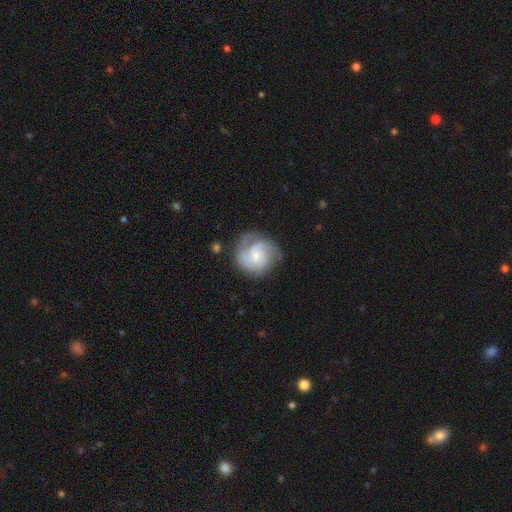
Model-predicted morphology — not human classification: Overall: featured or disk (82%). Edge-on disk: no (98%). Bar: no (60%; weak 35%). Spiral arms: yes (97%). Spiral arm count: 3 (38%; 2 29%). Spiral winding: tight (48%; medium 41%). Bulge size: small (61%; moderate 27%). Merging: none (71%).